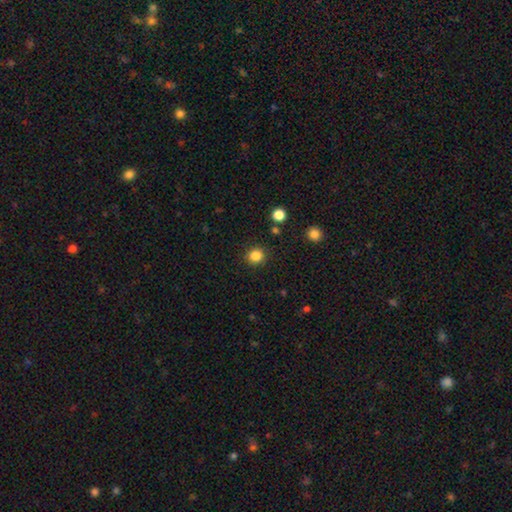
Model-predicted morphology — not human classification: type=smooth (84%); roundness=round (90%); merging=none (90%).